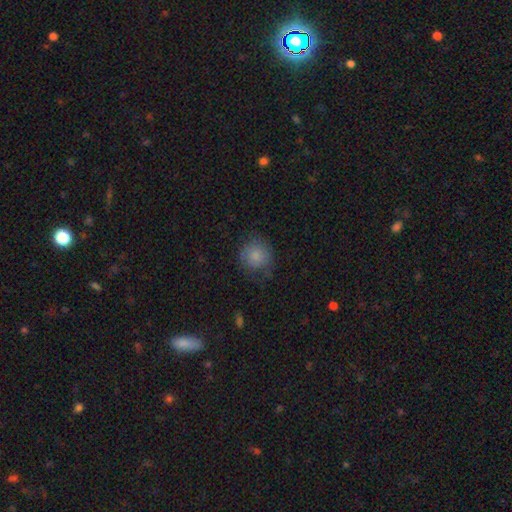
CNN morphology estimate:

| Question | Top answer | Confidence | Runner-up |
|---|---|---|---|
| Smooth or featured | smooth | 82% | featured or disk (10%) |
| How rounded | round | 89% | in between (10%) |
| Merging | none | 66% | minor disturbance (23%) |